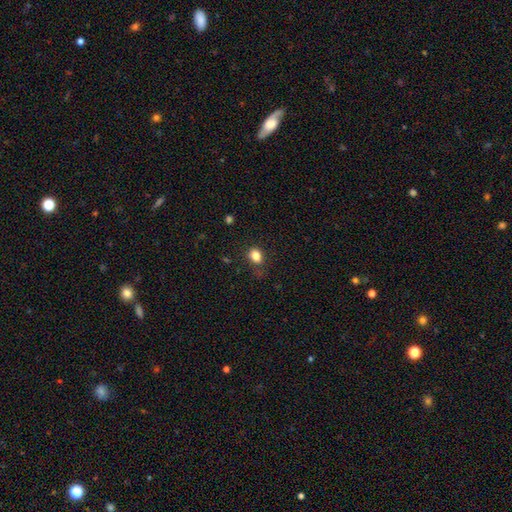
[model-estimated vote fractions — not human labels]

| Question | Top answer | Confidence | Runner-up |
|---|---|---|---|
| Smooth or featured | smooth | 84% | star or artifact (11%) |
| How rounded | in between | 62% | round (36%) |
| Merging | none | 75% | minor disturbance (18%) |